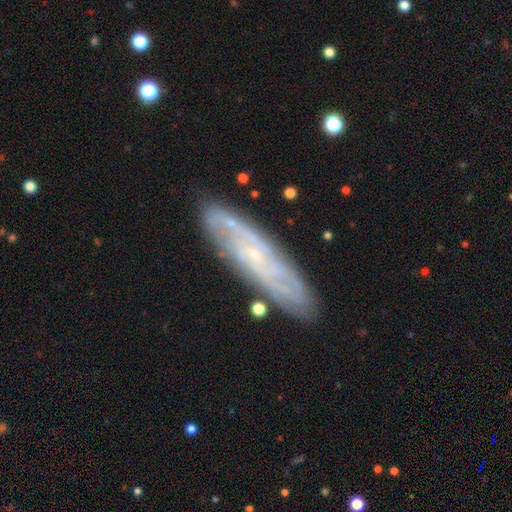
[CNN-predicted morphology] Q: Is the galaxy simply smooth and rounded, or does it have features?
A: featured or disk — 75%.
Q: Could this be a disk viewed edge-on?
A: no — 72%.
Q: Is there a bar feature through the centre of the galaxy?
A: no — 69%.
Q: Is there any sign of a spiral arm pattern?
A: yes — 88%.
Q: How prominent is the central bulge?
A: small — 83%.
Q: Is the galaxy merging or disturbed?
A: none — 83%.